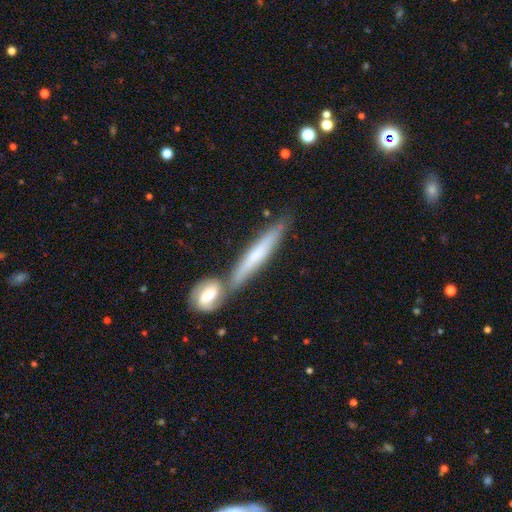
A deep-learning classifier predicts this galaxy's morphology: featured or disk 53%, smooth 39%, star or artifact 8%. Down the decision tree: edge-on disk — yes (88%); merging — none (61%).